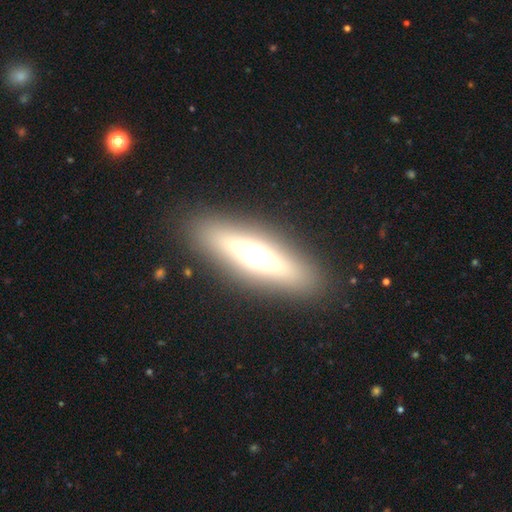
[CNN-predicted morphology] This is possibly a featured or disk galaxy (50%). Merging: clearly none (87%).